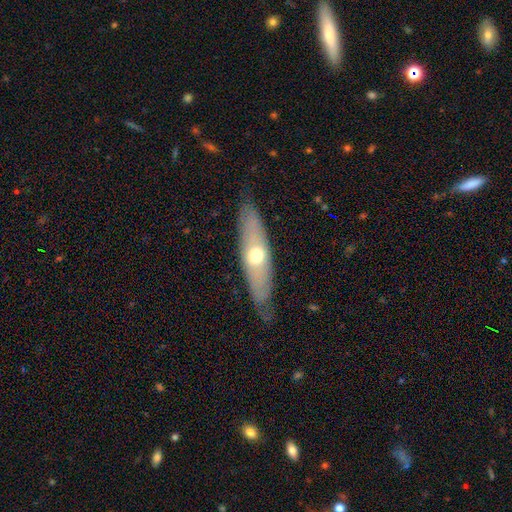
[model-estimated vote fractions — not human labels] Smooth or featured: smooth — 48% (featured or disk — 46%)
Merging: none — 80% (minor disturbance — 14%)